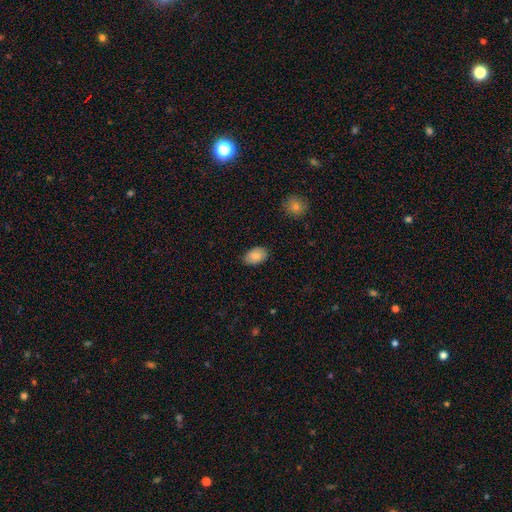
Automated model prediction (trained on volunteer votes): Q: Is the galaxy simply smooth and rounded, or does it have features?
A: smooth — 86%.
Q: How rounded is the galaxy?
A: in between — 89%.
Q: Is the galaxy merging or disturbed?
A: none — 84%.